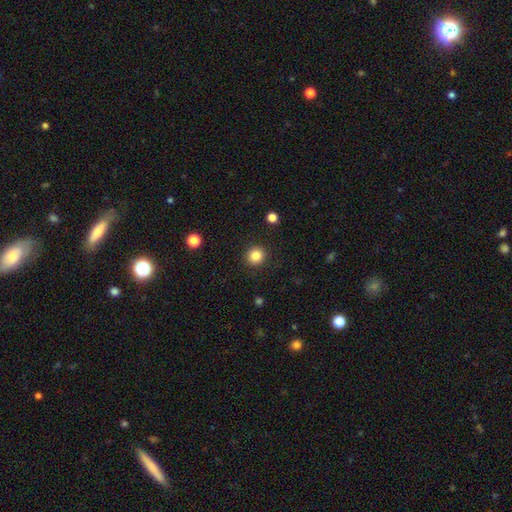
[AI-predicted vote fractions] This appears to be a smooth galaxy with no disk features (84%) that is round (92%). Merging: none (92%).